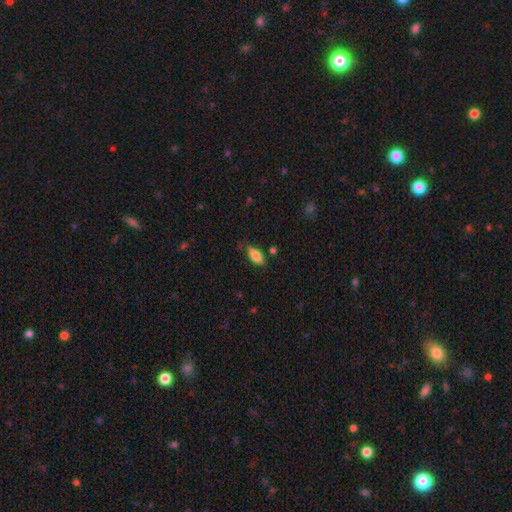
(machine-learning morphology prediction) This appears to be a smooth galaxy with no disk features (80%) that is in between round and cigar-shaped (86%). Merging: none (77%).